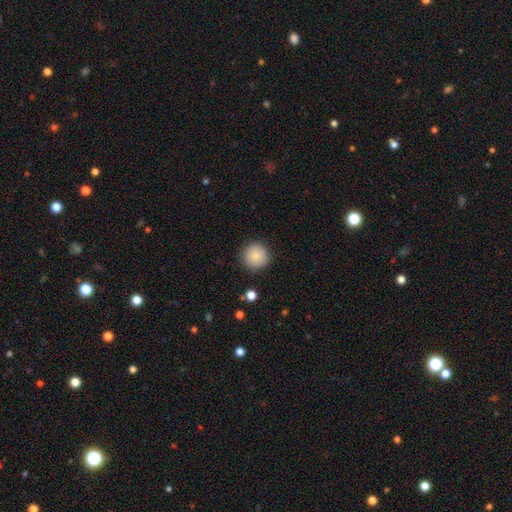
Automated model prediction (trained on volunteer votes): This appears to be a smooth galaxy with no disk features (85%) that is round (95%). Merging: none (89%).